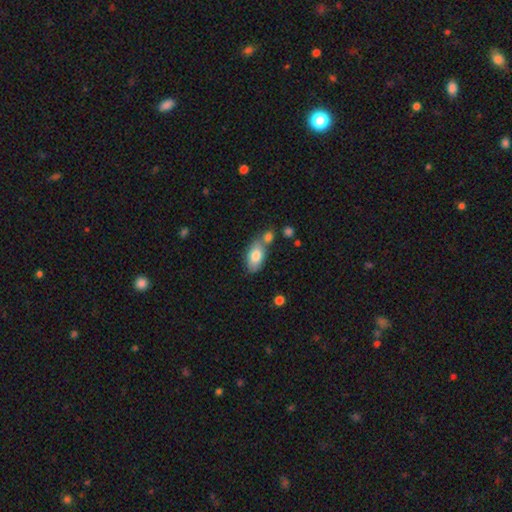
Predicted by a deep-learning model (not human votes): Overall: smooth (79%). How rounded: in between (92%). Merging: none (56%; merger 25%).